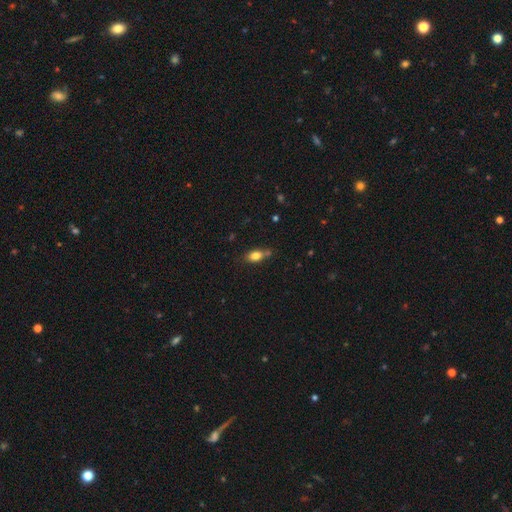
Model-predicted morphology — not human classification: This is likely a smooth galaxy (78%). How rounded: likely in between (79%). Merging: likely none (62%).